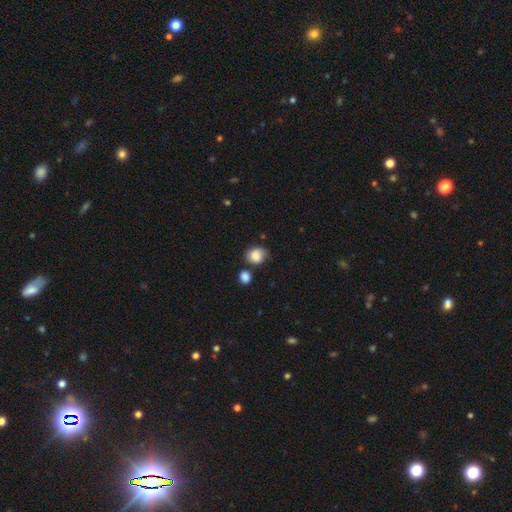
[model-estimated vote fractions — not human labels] smooth 84%, star or artifact 9%, featured or disk 8%. Down the decision tree: how rounded — round (61%); merging — none (60%).